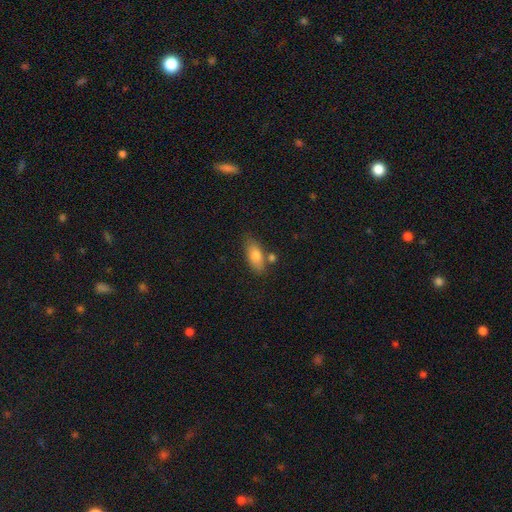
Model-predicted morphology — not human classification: A smooth galaxy with no disk features (77%) that is in between round and cigar-shaped (82%).

Vote fractions:
- Smooth or featured? smooth: 77% / featured or disk: 16% / star or artifact: 7%
- How rounded? in between: 82% / cigar-shaped: 13% / round: 4%
- Merging? none: 70% / minor disturbance: 15% / merger: 12% / major disturbance: 4%